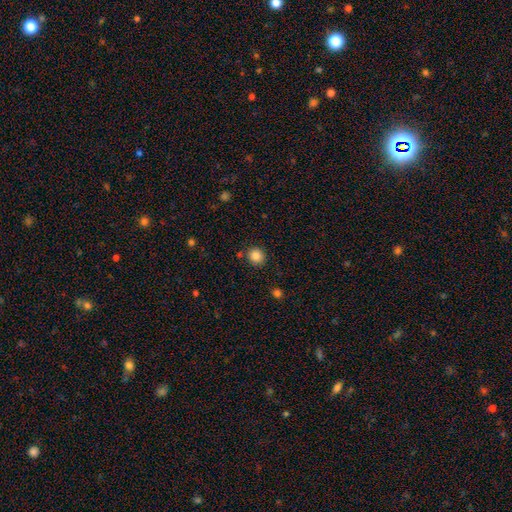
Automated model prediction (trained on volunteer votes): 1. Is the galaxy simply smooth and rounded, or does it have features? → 86% smooth, 10% star or artifact, 4% featured or disk.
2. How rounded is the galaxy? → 87% round, 12% in between, 1% cigar-shaped.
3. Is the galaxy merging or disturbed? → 83% none, 10% minor disturbance, 4% merger, 3% major disturbance.